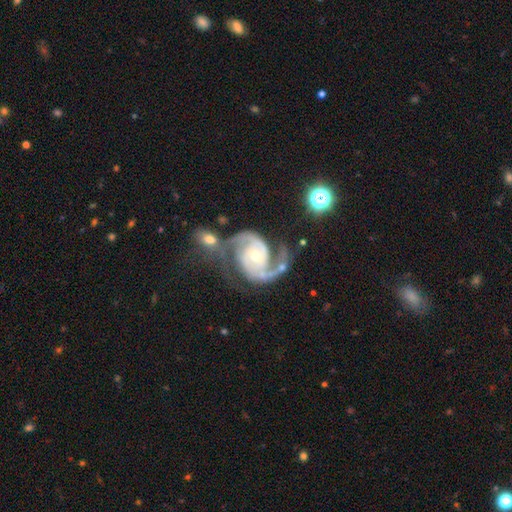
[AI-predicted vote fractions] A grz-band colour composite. It shows a featured or disk galaxy (93%) with no bar (58%), 2 (88%) medium (53%) spiral arms (98%) and a small central bulge (50%). Merging: none (46%).